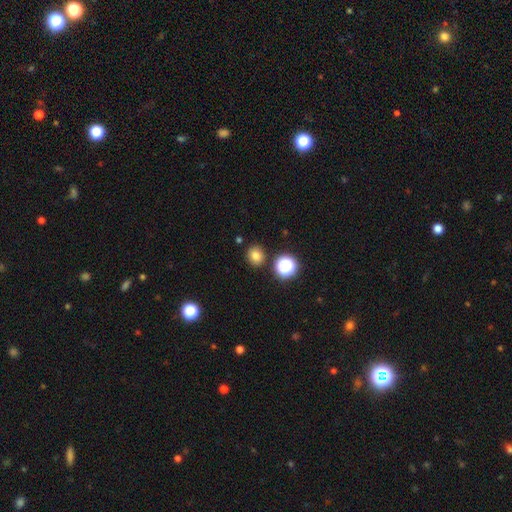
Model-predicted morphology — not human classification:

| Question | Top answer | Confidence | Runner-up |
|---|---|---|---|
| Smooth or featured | smooth | 78% | star or artifact (16%) |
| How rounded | round | 77% | in between (22%) |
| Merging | none | 85% | minor disturbance (8%) |